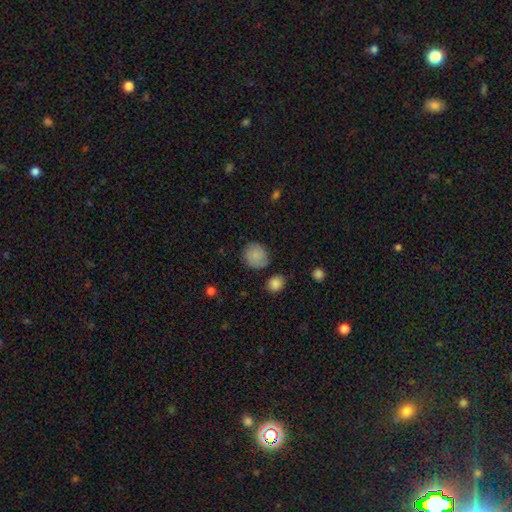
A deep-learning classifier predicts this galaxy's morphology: smooth_or_featured: smooth (p=0.84) [alt: featured or disk p=0.08]
how_rounded: round (p=0.85) [alt: in between p=0.14]
merging: none (p=0.81) [alt: minor disturbance p=0.13]